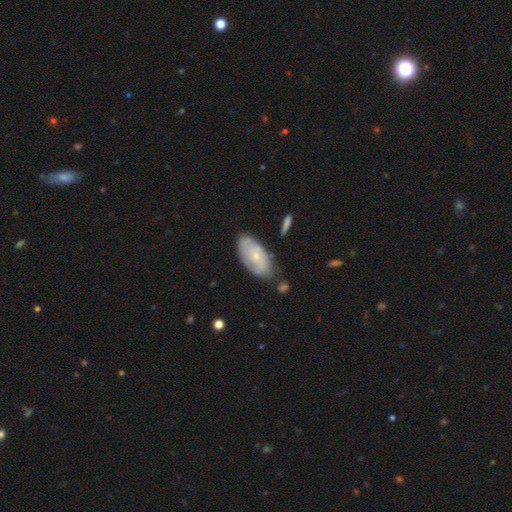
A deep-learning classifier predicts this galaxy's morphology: featured or disk 50%, smooth 44%, star or artifact 6%. Down the decision tree: merging — none (67%).